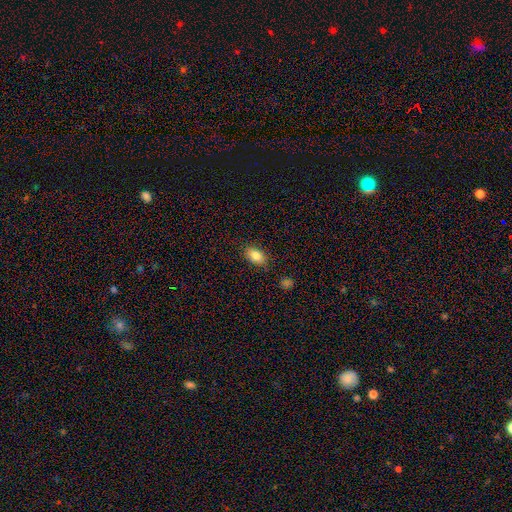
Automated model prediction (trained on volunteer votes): A smooth galaxy with no disk features (85%) that is in between round and cigar-shaped (87%). Merging: none (84%).